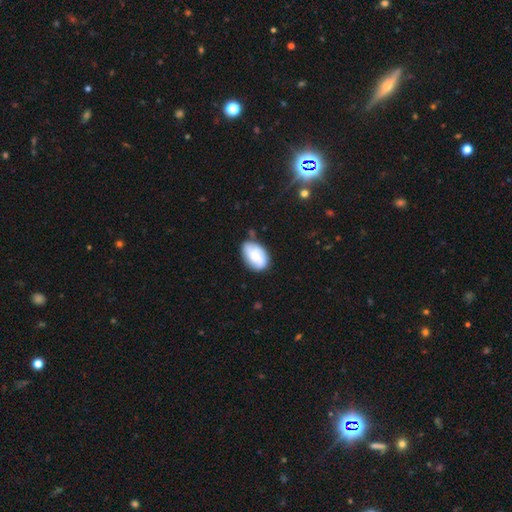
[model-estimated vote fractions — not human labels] Smooth or featured: smooth — 66% (featured or disk — 27%)
How rounded: in between — 89% (round — 9%)
Merging: none — 64% (minor disturbance — 25%)